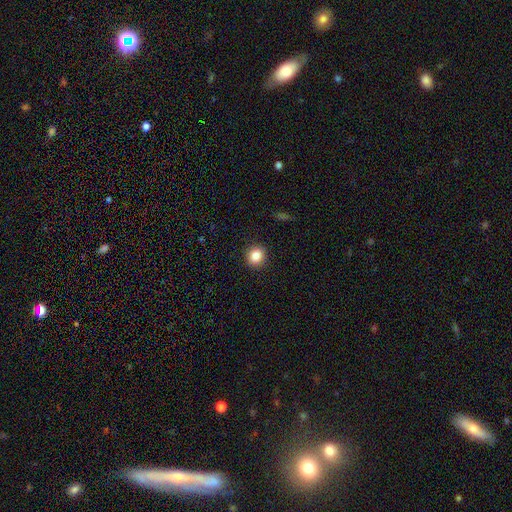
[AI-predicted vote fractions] Smooth or featured? smooth (85%)
How rounded? round (85%)
Merging? none (91%)